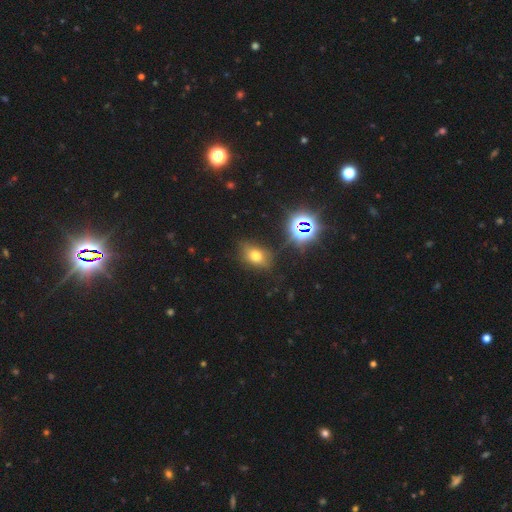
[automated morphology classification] smooth_or_featured: smooth (p=0.63) [alt: star or artifact p=0.25]
how_rounded: in between (p=0.74) [alt: round p=0.23]
merging: none (p=0.75) [alt: minor disturbance p=0.16]